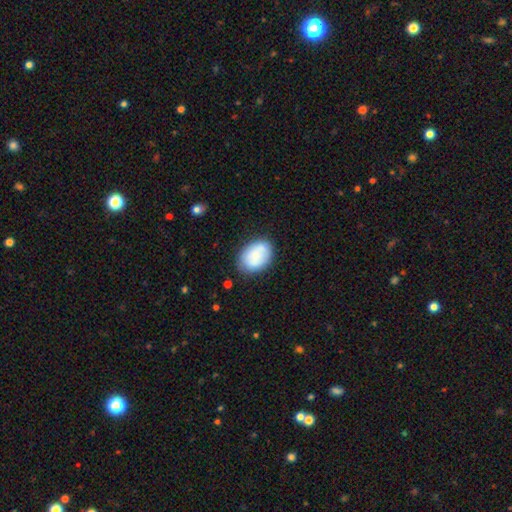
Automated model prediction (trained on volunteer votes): Overall: smooth (79%). How rounded: in between (80%). Merging: none (76%).